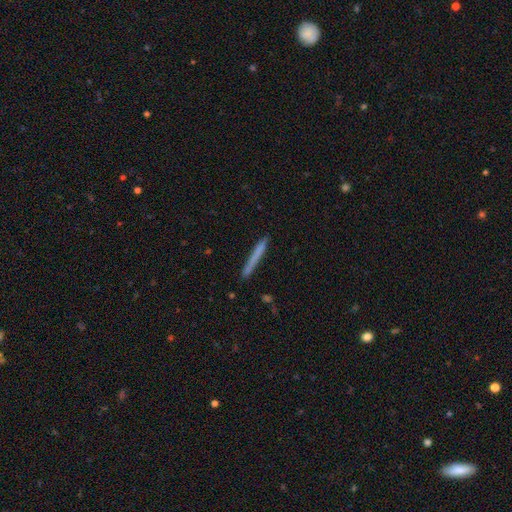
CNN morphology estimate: The model was most divided on "smooth or featured": smooth: 66%, featured or disk: 28%, star or artifact: 7%. More confident: how rounded — cigar-shaped (97%); merging — none (87%).